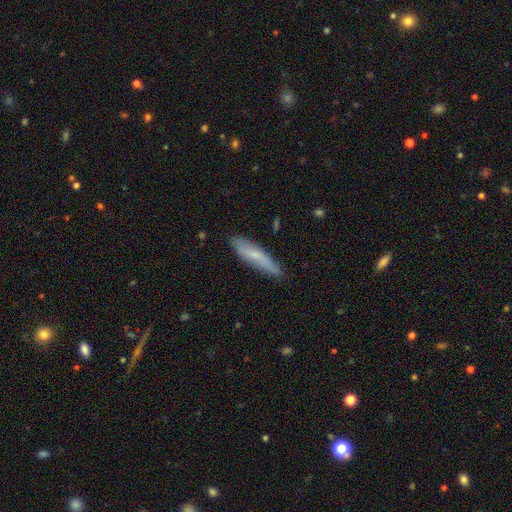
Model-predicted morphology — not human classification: Q: Smooth or featured?
A: smooth (61%); runner-up: featured or disk (33%)
Q: How rounded?
A: cigar-shaped (80%); runner-up: in between (18%)
Q: Merging?
A: none (82%); runner-up: minor disturbance (14%)